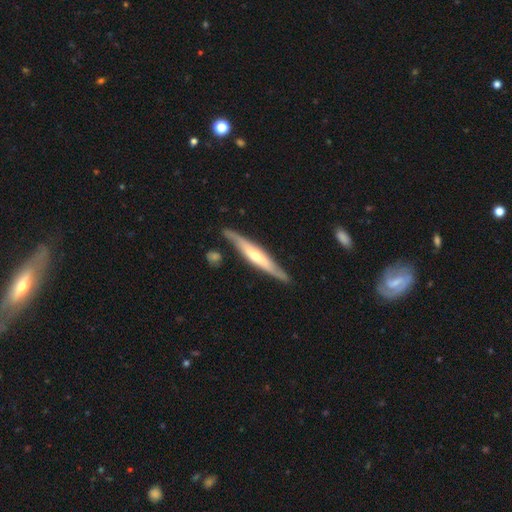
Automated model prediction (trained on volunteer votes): A featured or disk galaxy (67%) viewed edge-on (88%) with a rounded central bulge (61%). Merging: none (81%).